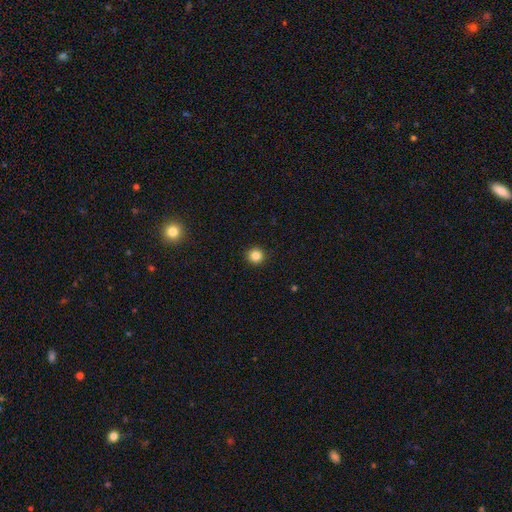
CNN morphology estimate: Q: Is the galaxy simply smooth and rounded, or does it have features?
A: smooth — 85%.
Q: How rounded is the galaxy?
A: round — 95%.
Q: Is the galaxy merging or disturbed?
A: none — 93%.